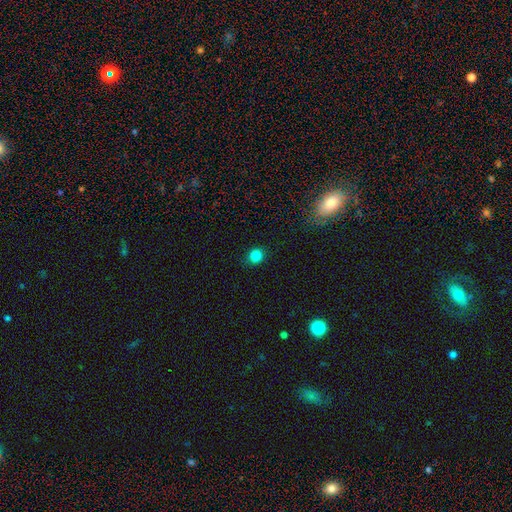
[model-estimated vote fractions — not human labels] smooth_or_featured: smooth (p=0.84) [alt: star or artifact p=0.12]
how_rounded: round (p=0.82) [alt: in between p=0.17]
merging: none (p=0.89) [alt: minor disturbance p=0.08]